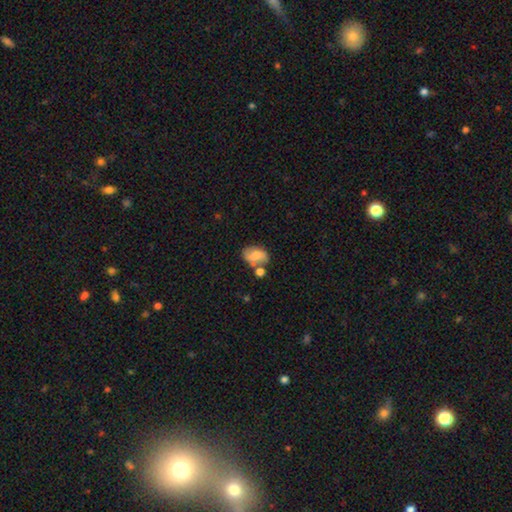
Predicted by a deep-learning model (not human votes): smooth-or-featured: smooth: 56% | featured or disk: 35% | star or artifact: 9%
  how-rounded: in between: 83% | round: 15% | cigar-shaped: 2%
  merging: none: 51% | minor disturbance: 21% | merger: 21% | major disturbance: 7%